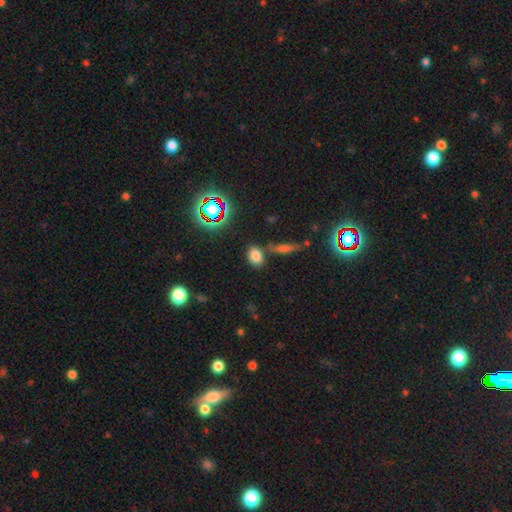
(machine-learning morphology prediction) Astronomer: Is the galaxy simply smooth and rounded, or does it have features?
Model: smooth — 74%.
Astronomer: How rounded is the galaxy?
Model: in between — 71%.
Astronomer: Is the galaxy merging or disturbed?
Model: none — 71%.